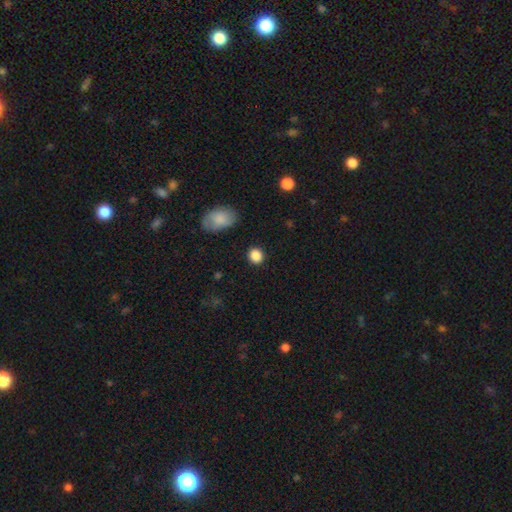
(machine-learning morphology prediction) smooth-or-featured: smooth: 87% | star or artifact: 9% | featured or disk: 4%
  how-rounded: round: 77% | in between: 22% | cigar-shaped: 1%
  merging: none: 88% | minor disturbance: 8% | major disturbance: 2% | merger: 2%